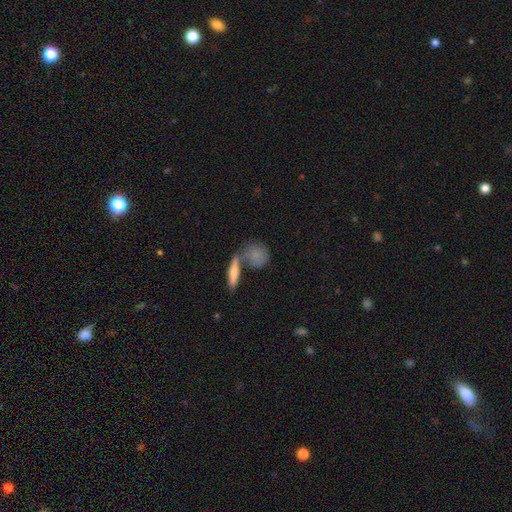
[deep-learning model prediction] Morphology: type=smooth (76%); roundness=round (54%); merging=none (51%).